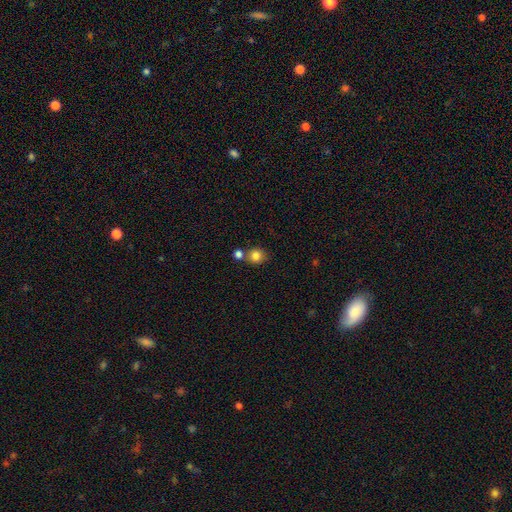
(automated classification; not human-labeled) A smooth galaxy with no disk features (83%) that is round (84%). Merging: none (64%).